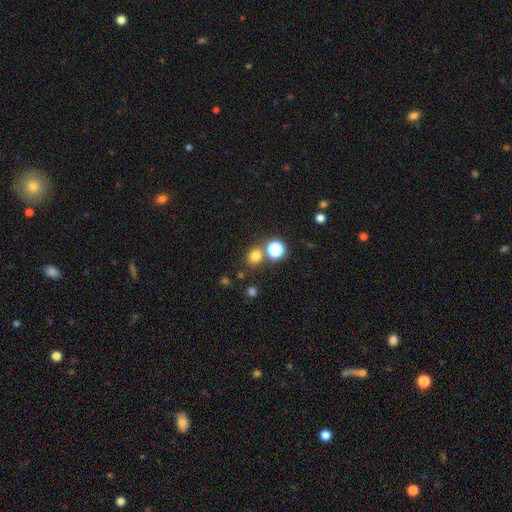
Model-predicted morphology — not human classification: Smooth or featured? smooth (74%)
How rounded? round (78%)
Merging? none (74%)